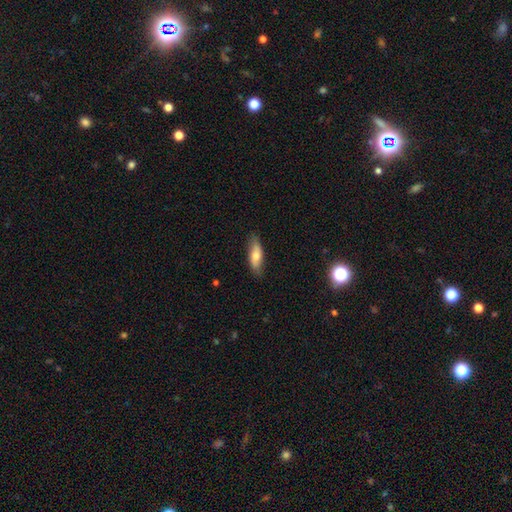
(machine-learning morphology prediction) This is likely a smooth galaxy (71%). How rounded: possibly in between (58%). Merging: clearly none (83%).